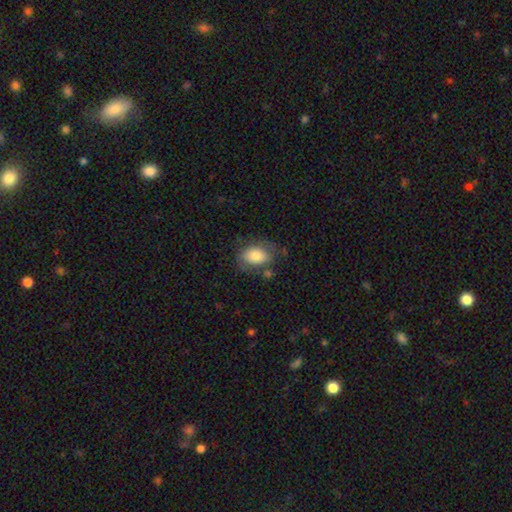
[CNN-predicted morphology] smooth-or-featured: smooth: 74% | featured or disk: 18% | star or artifact: 7%
  how-rounded: in between: 82% | round: 16% | cigar-shaped: 1%
  merging: none: 62% | minor disturbance: 22% | major disturbance: 11% | merger: 5%